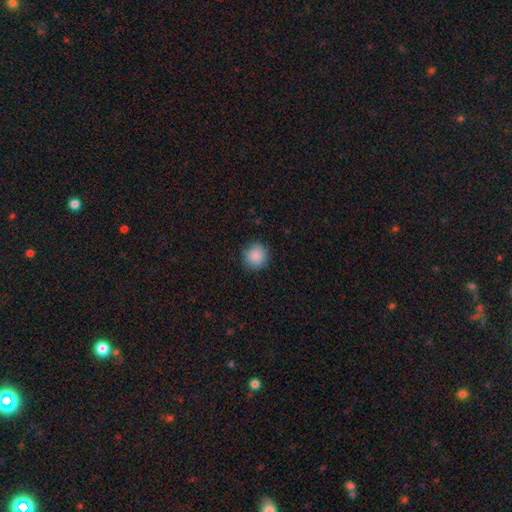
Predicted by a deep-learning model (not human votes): smooth-or-featured: smooth: 88% | star or artifact: 8% | featured or disk: 4%
  how-rounded: round: 93% | in between: 6% | cigar-shaped: 1%
  merging: none: 86% | minor disturbance: 10% | major disturbance: 2% | merger: 1%